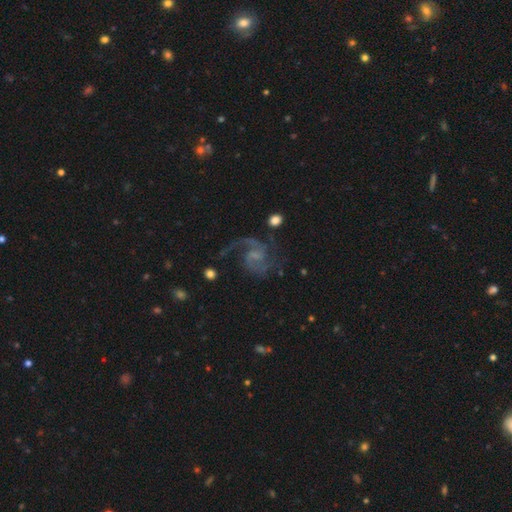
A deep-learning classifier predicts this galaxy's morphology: This appears to be a featured or disk galaxy (89%) with a weak bar (51%), 2 (88%) medium (55%) spiral arms (97%) and a small central bulge (41%). Merging: none (66%).